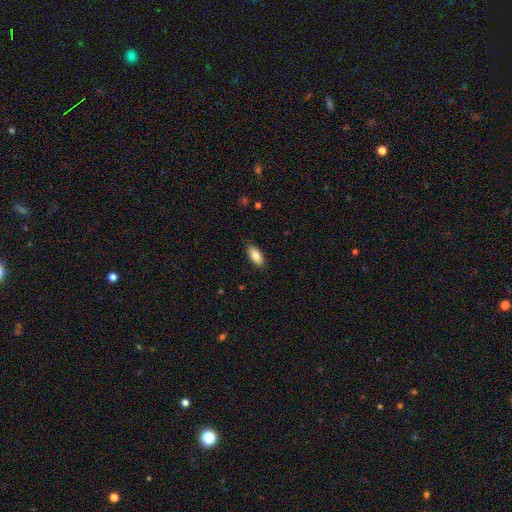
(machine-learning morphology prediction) Smooth or featured?
  - smooth: 85% *
  - featured or disk: 8%
  - star or artifact: 7%
How rounded?
  - in between: 90% *
  - cigar-shaped: 7%
  - round: 2%
Merging?
  - none: 87% *
  - minor disturbance: 10%
  - major disturbance: 2%
  - merger: 1%